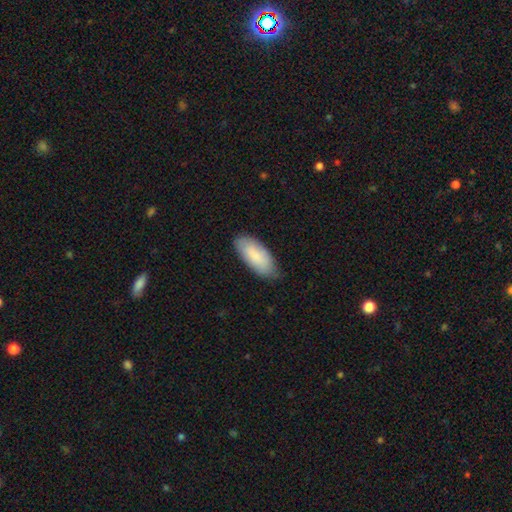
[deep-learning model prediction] smooth_or_featured: smooth (p=0.86) [alt: featured or disk p=0.08]
how_rounded: in between (p=0.87) [alt: cigar-shaped p=0.12]
merging: none (p=0.78) [alt: minor disturbance p=0.19]